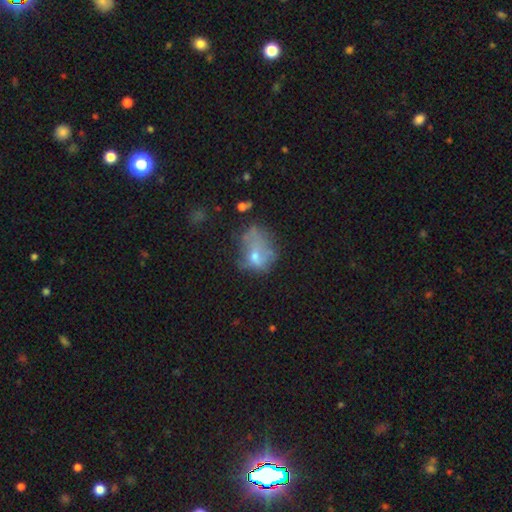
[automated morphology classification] This appears to be a smooth galaxy with no disk features (49%). Merging: major disturbance (35%).